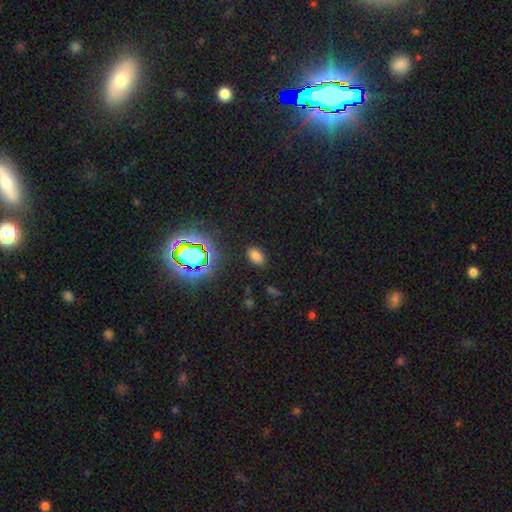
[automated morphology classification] Smooth or featured? smooth (71%)
How rounded? in between (88%)
Merging? none (86%)